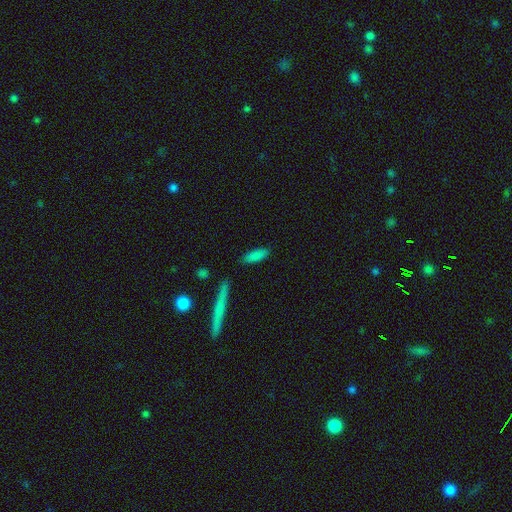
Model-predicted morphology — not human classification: Smooth or featured: smooth — 85% (star or artifact — 8%)
How rounded: in between — 58% (cigar-shaped — 40%)
Merging: none — 83% (minor disturbance — 11%)